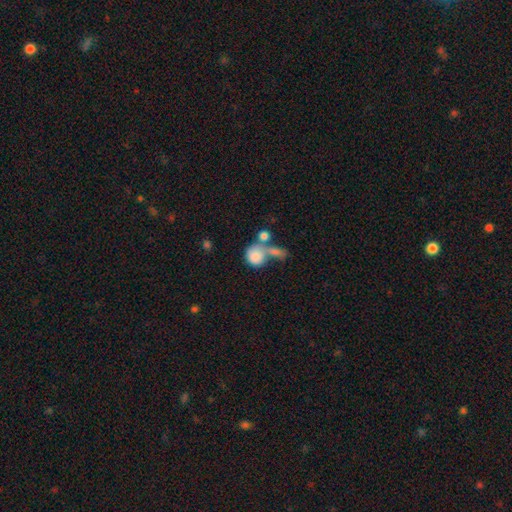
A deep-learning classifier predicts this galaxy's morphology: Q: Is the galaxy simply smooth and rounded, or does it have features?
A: smooth — 80%.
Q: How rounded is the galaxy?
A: round — 75%.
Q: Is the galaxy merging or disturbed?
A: merger — 50%.